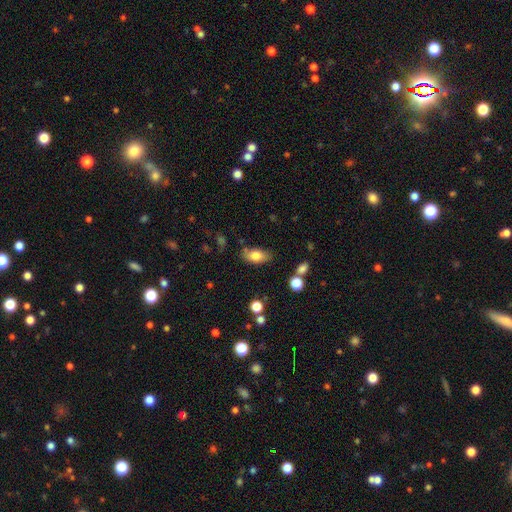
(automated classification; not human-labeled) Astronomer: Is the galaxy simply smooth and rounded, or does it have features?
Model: smooth — 80%.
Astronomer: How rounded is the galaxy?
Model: in between — 90%.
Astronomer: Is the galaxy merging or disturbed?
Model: none — 75%.